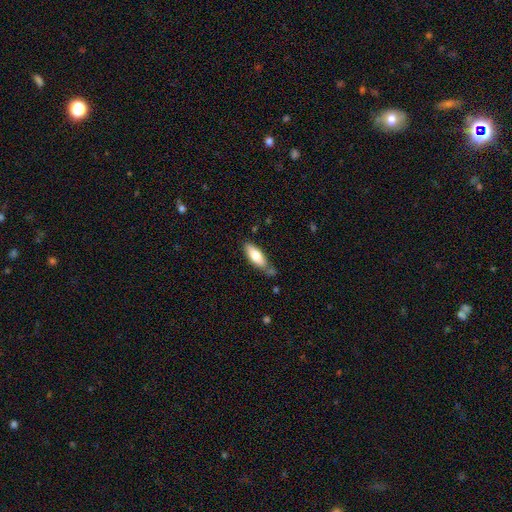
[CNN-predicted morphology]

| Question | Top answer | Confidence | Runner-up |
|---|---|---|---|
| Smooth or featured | smooth | 74% | featured or disk (20%) |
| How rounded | in between | 67% | cigar-shaped (31%) |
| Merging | none | 66% | minor disturbance (21%) |